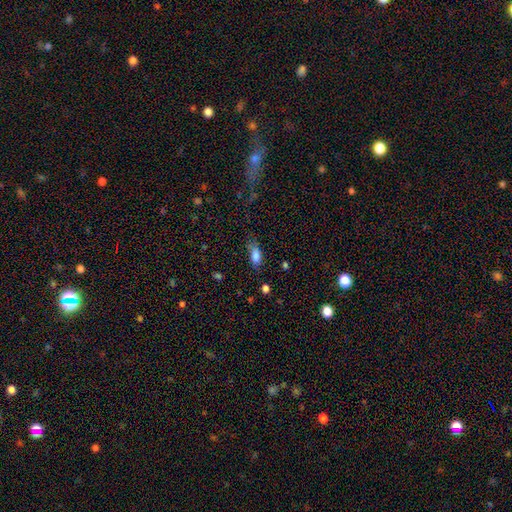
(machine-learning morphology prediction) Smooth or featured? smooth (81%)
How rounded? in between (82%)
Merging? none (62%)